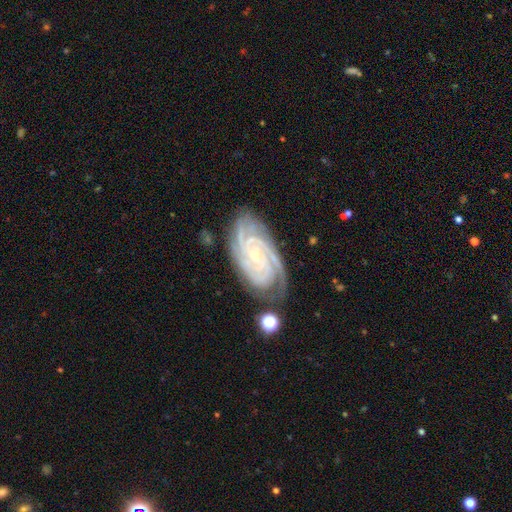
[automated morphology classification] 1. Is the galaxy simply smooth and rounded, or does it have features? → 90% featured or disk, 5% star or artifact, 4% smooth.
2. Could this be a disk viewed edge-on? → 96% no, 4% yes.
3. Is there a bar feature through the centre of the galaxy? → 60% no, 28% weak, 12% strong.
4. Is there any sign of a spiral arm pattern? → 99% yes, 1% no.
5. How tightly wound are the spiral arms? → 78% tight, 20% medium, 2% loose.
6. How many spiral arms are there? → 37% 4, 28% 3, 11% can't tell, 11% 2, 9% more than 4, 5% 1.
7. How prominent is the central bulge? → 77% small, 19% moderate, 2% none, 1% large, 1% dominant.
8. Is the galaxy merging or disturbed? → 75% none, 18% minor disturbance, 5% major disturbance, 2% merger.